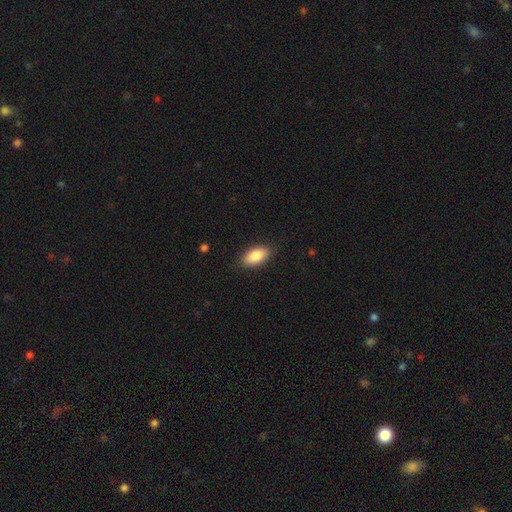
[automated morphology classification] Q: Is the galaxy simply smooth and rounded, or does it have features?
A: smooth — 86%.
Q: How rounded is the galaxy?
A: in between — 92%.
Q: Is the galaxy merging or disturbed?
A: none — 87%.